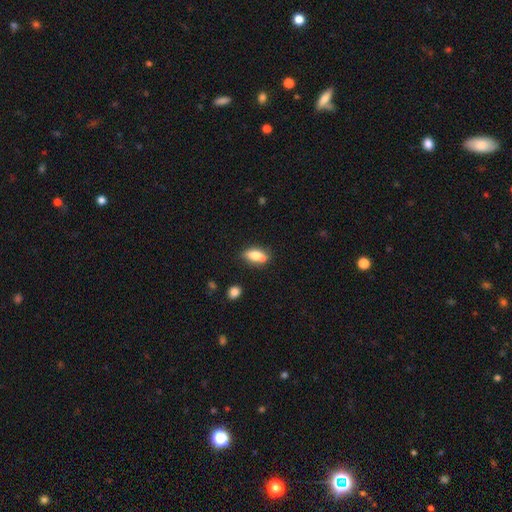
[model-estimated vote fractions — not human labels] Q: Smooth or featured?
A: smooth (69%); runner-up: featured or disk (24%)
Q: How rounded?
A: in between (78%); runner-up: cigar-shaped (18%)
Q: Merging?
A: none (70%); runner-up: minor disturbance (17%)